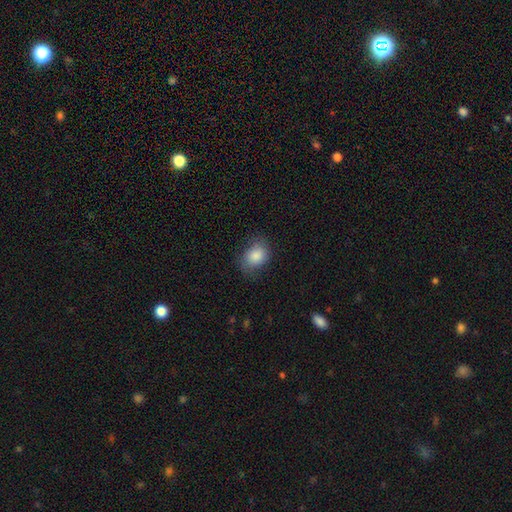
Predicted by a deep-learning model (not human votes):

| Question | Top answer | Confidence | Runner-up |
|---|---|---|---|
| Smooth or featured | smooth | 83% | featured or disk (9%) |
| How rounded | in between | 60% | round (39%) |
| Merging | none | 70% | minor disturbance (22%) |